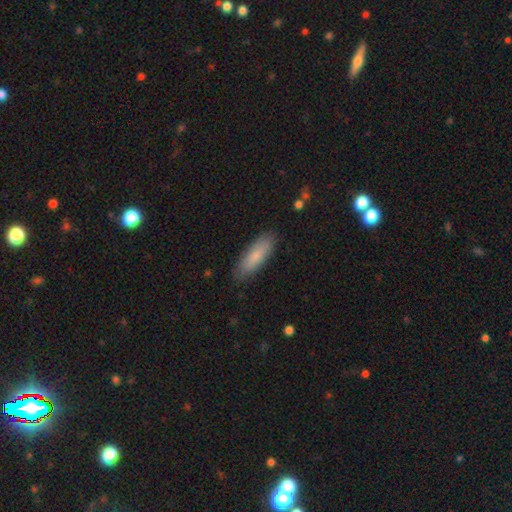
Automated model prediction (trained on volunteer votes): Overall: smooth (82%). How rounded: in between (50%; cigar-shaped 48%). Merging: none (86%).